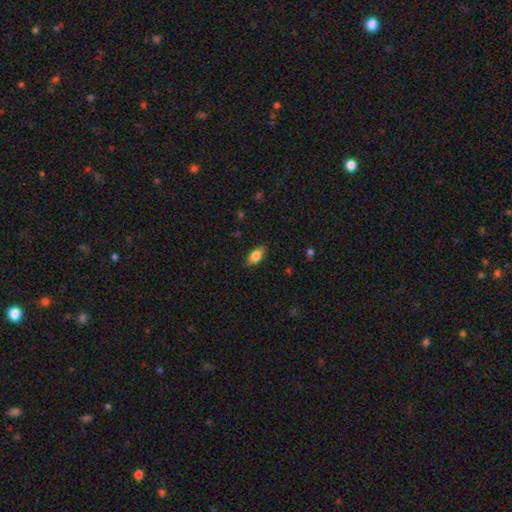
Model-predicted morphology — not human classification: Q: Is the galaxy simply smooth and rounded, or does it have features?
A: smooth — 82%.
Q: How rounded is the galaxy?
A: in between — 88%.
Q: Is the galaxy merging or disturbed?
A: none — 85%.